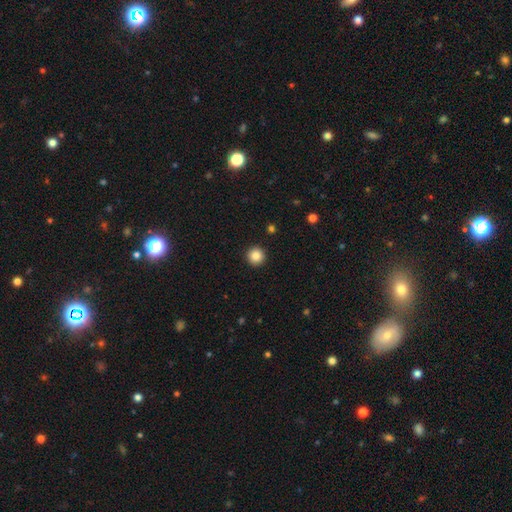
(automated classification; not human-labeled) A smooth galaxy with no disk features (86%) that is round (96%). Merging: none (93%).